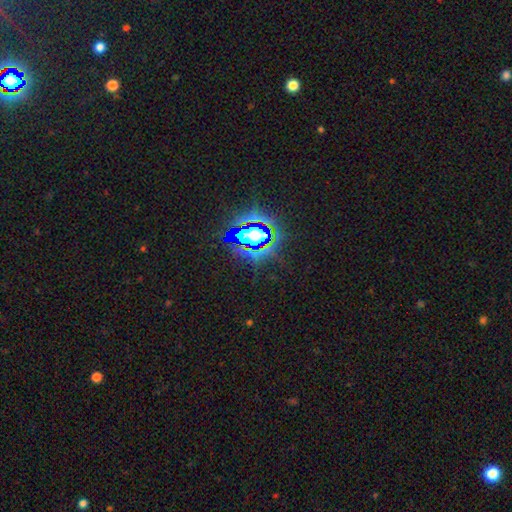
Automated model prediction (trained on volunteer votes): Morphology: type=star or artifact (80%).